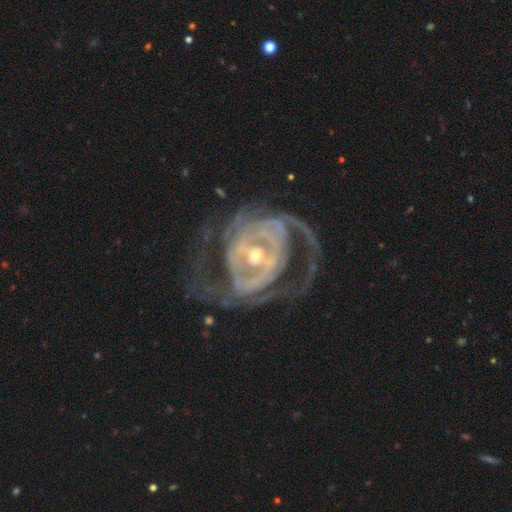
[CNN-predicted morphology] smooth_or_featured: featured or disk (p=0.90) [alt: star or artifact p=0.05]
disk_edge_on: no (p=0.96) [alt: yes p=0.04]
bar: strong (p=0.45) [alt: weak p=0.34]
has_spiral_arms: yes (p=0.91) [alt: no p=0.09]
spiral_winding: tight (p=0.44) [alt: medium p=0.41]
spiral_arm_count: 2 (p=0.41) [alt: can't tell p=0.25]
bulge_size: small (p=0.53) [alt: moderate p=0.42]
merging: none (p=0.53) [alt: major disturbance p=0.31]